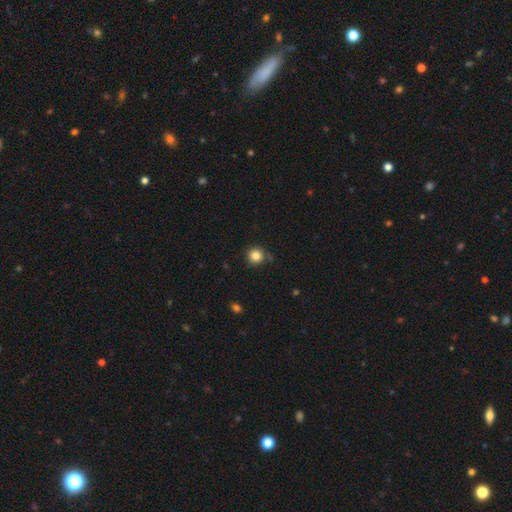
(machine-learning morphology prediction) type=smooth (84%); roundness=round (92%); merging=none (80%).